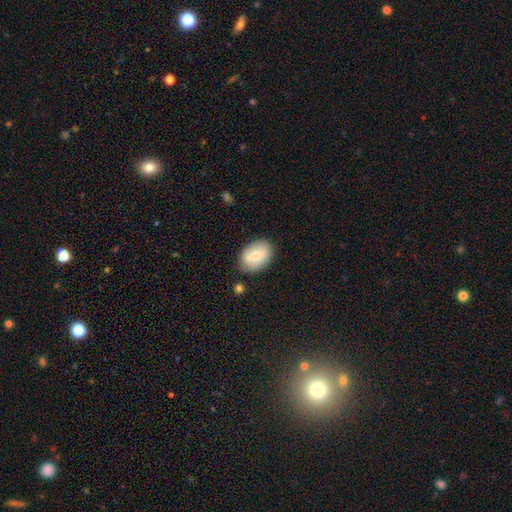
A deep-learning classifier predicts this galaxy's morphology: A smooth galaxy with no disk features (70%) that is in between round and cigar-shaped (82%). Merging: none (83%).